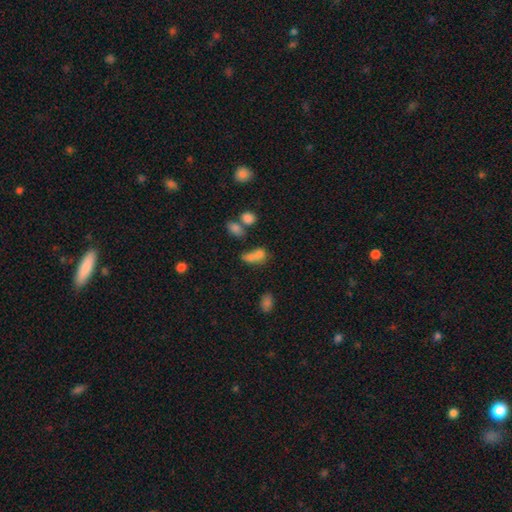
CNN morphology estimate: type=smooth (71%); roundness=in between (66%); merging=merger (51%).